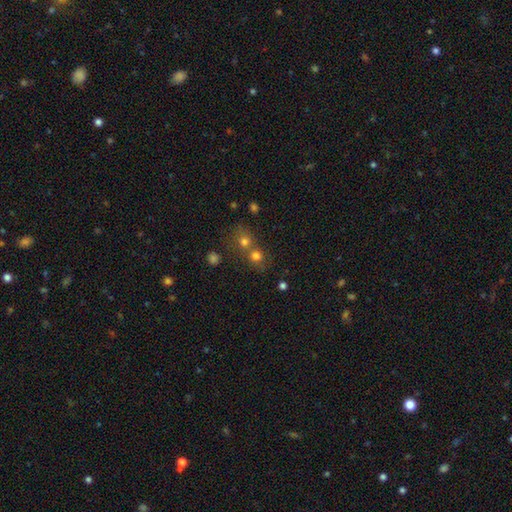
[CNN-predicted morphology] smooth-or-featured: smooth: 72% | star or artifact: 17% | featured or disk: 10%
  how-rounded: round: 81% | in between: 18% | cigar-shaped: 1%
  merging: merger: 47% | none: 43% | minor disturbance: 7% | major disturbance: 3%